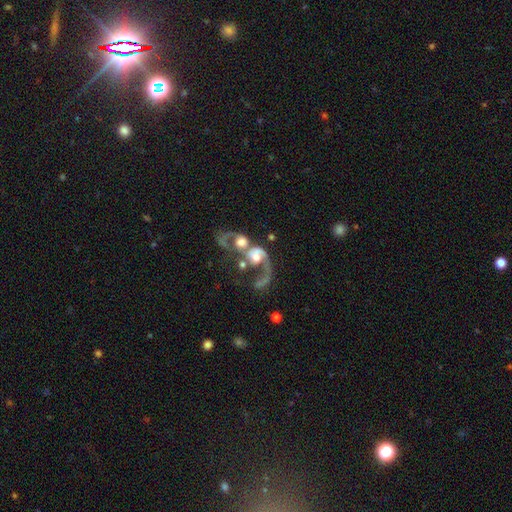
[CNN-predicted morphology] Smooth or featured? featured or disk (70%)
Edge-on disk? no (97%)
Bar? no (72%)
Spiral arms? yes (76%)
Spiral winding? loose (69%)
Spiral arm count? 1 (58%)
Bulge size? moderate (49%)
Merging? merger (72%)